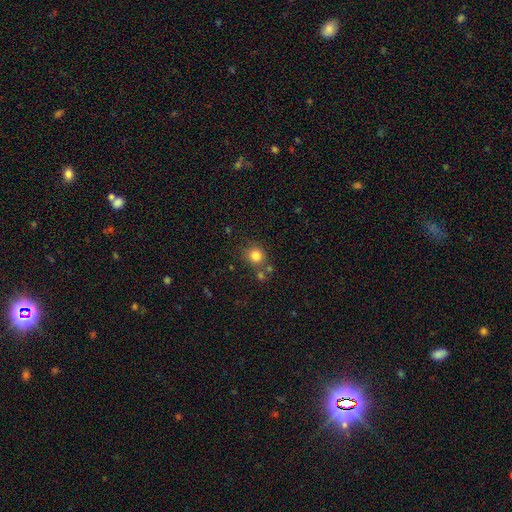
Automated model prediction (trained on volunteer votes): Smooth or featured? smooth (82%)
How rounded? round (88%)
Merging? none (71%)